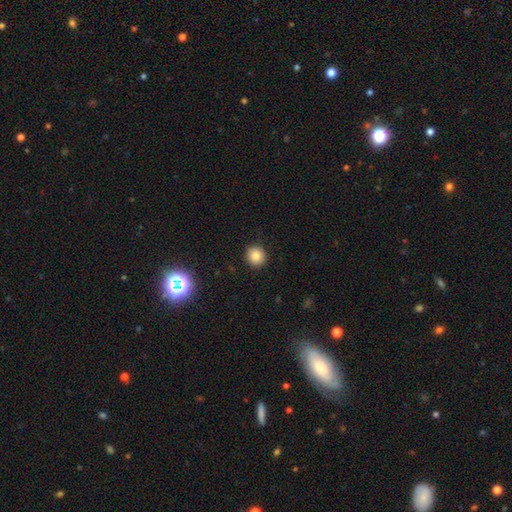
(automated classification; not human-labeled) Q: Smooth or featured?
A: smooth (83%); runner-up: star or artifact (11%)
Q: How rounded?
A: round (91%); runner-up: in between (8%)
Q: Merging?
A: none (92%); runner-up: minor disturbance (6%)